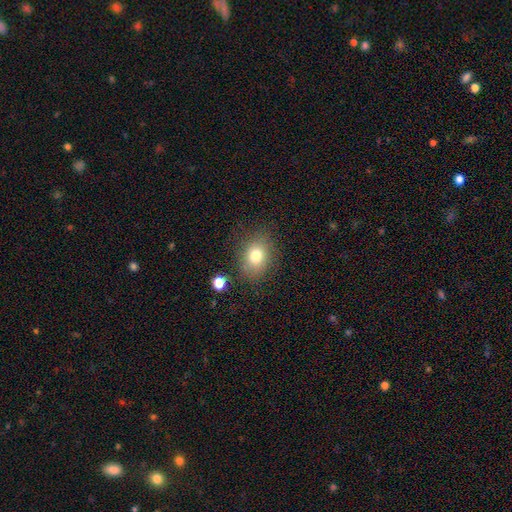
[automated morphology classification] Overall: smooth (77%). How rounded: in between (58%; round 41%). Merging: none (79%).